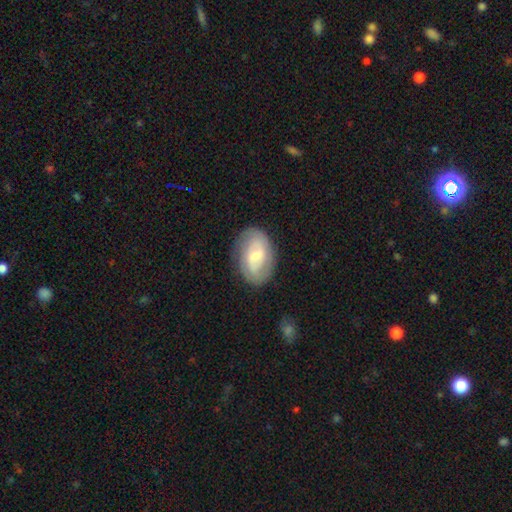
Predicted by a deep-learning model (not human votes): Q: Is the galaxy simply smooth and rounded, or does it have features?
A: featured or disk — 59%.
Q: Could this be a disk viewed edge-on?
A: no — 95%.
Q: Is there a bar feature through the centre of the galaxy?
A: weak — 50%.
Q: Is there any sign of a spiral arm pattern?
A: yes — 74%.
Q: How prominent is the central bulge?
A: moderate — 55%.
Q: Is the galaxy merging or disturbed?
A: none — 80%.